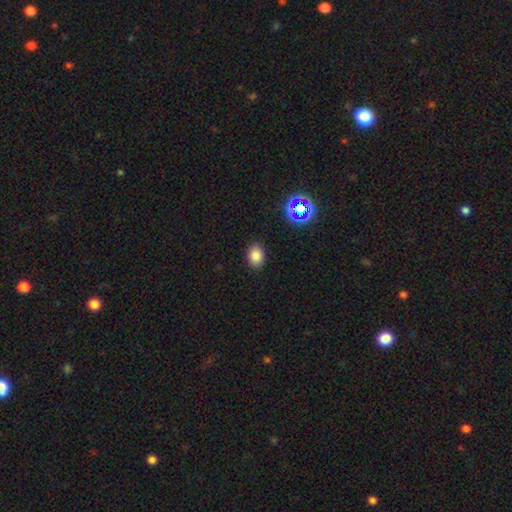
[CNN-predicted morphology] smooth_or_featured: smooth (p=0.81) [alt: star or artifact p=0.13]
how_rounded: in between (p=0.69) [alt: round p=0.30]
merging: none (p=0.86) [alt: minor disturbance p=0.10]